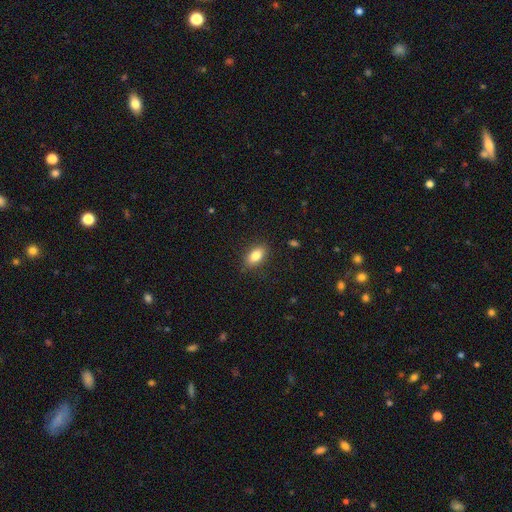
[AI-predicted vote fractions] Morphology: type=smooth (83%); roundness=in between (88%); merging=none (87%).